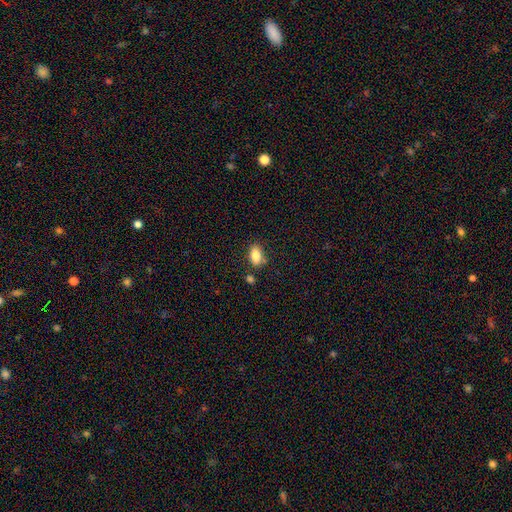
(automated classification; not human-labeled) smooth_or_featured: smooth (p=0.85) [alt: star or artifact p=0.08]
how_rounded: in between (p=0.89) [alt: round p=0.07]
merging: none (p=0.73) [alt: minor disturbance p=0.15]